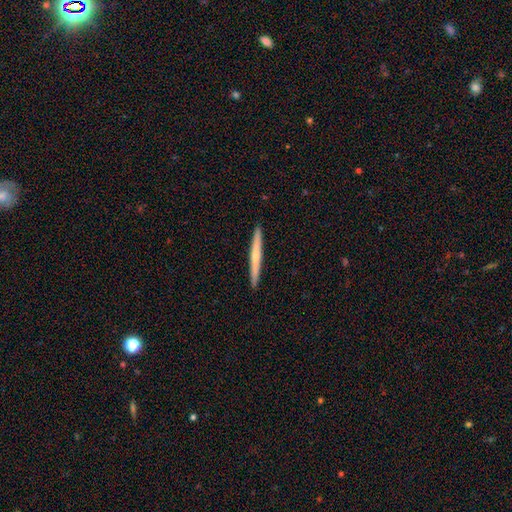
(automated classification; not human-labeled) Q: Smooth or featured?
A: featured or disk (49%); runner-up: smooth (46%)
Q: Merging?
A: none (93%); runner-up: minor disturbance (5%)